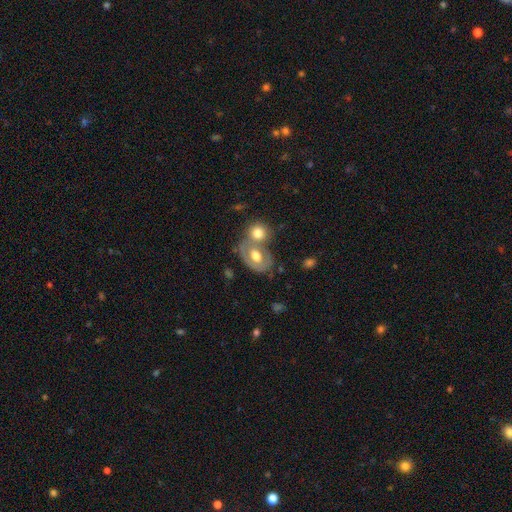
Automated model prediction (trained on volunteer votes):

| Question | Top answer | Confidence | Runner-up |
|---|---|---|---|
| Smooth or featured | featured or disk | 47% | smooth (46%) |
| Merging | merger | 51% | none (29%) |